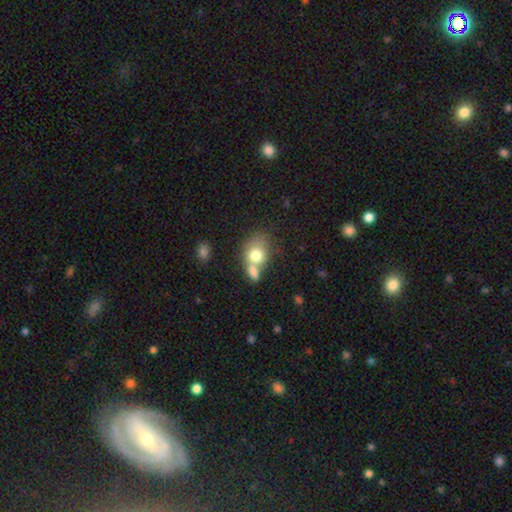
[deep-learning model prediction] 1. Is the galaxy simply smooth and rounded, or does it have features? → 74% smooth, 17% featured or disk, 8% star or artifact.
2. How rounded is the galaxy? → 56% in between, 43% round, 2% cigar-shaped.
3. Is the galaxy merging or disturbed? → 54% merger, 27% none, 11% minor disturbance, 7% major disturbance.